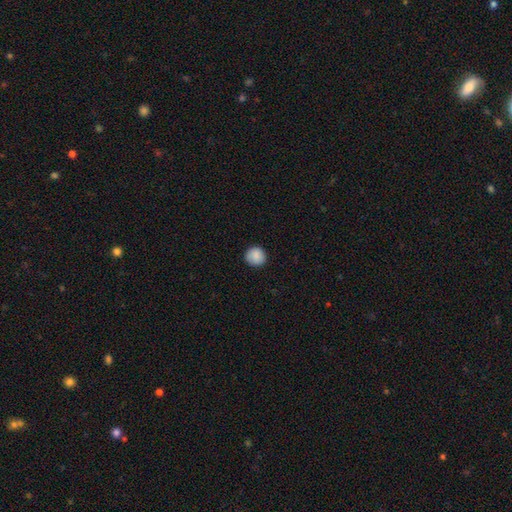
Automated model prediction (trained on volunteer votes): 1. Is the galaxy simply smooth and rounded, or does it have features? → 88% smooth, 8% star or artifact, 4% featured or disk.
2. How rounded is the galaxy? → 93% round, 6% in between, 1% cigar-shaped.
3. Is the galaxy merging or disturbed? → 89% none, 8% minor disturbance, 2% major disturbance, 1% merger.